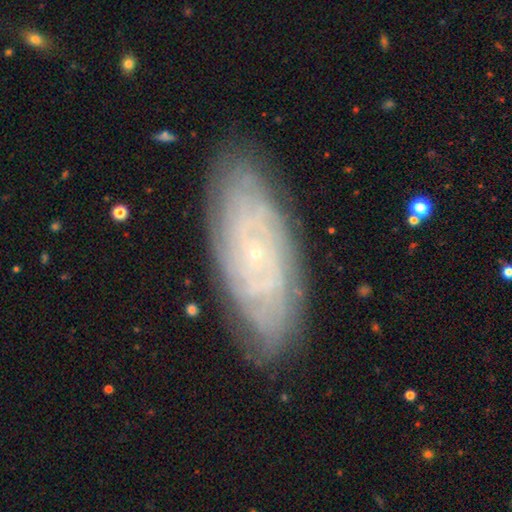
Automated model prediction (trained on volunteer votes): A featured or disk galaxy (79%) with no bar (78%), tight (81%) spiral arms (92%) and a small central bulge (90%).

Vote fractions:
- Smooth or featured? featured or disk: 79% / smooth: 13% / star or artifact: 8%
- Edge-on disk? no: 90% / yes: 10%
- Bar? no: 78% / weak: 18% / strong: 5%
- Spiral arms? yes: 92% / no: 8%
- Spiral winding? tight: 81% / medium: 15% / loose: 4%
- Spiral arm count? can't tell: 47% / 4: 13% / 2: 13% / more than 4: 12% / 3: 10% / 1: 6%
- Bulge size? small: 90% / moderate: 7% / none: 2% / large: 1% / dominant: 1%
- Merging? none: 83% / minor disturbance: 13% / major disturbance: 3% / merger: 1%